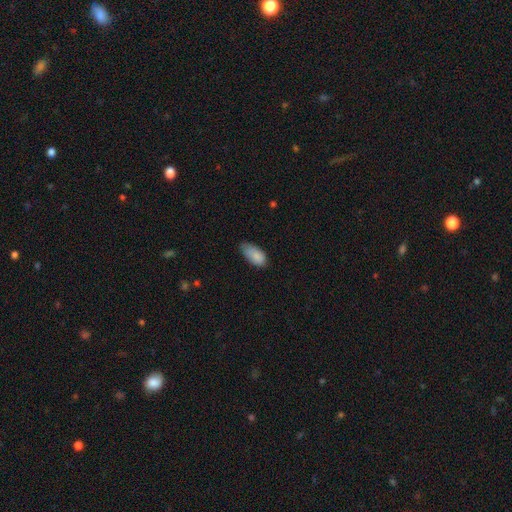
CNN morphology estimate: smooth 86%, featured or disk 7%, star or artifact 7%. Down the decision tree: how rounded — in between (93%); merging — none (52%).